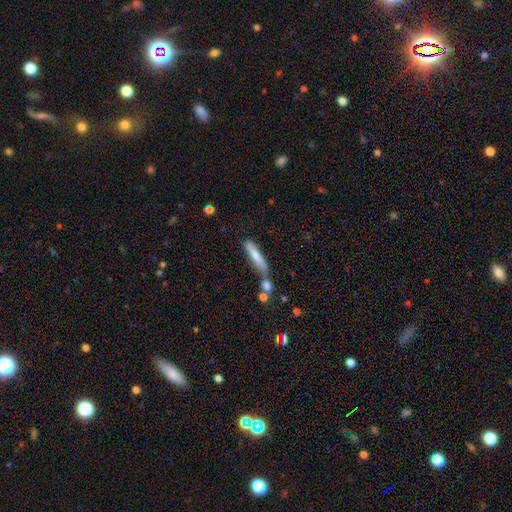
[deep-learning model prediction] This appears to be a smooth galaxy with no disk features (67%) that is cigar-shaped (88%). Merging: none (56%).